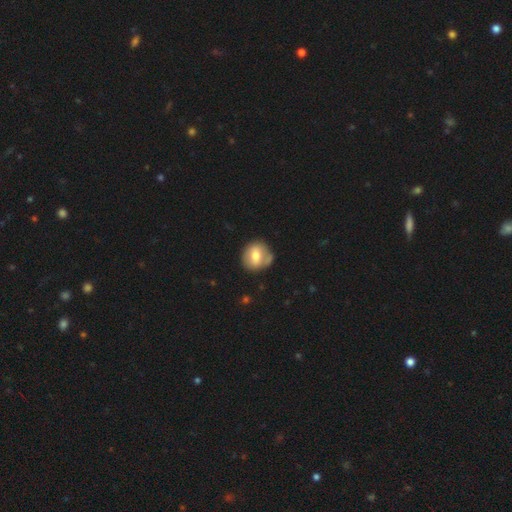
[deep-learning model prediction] Smooth or featured?
  - smooth: 64% *
  - featured or disk: 29%
  - star or artifact: 7%
How rounded?
  - round: 79% *
  - in between: 20%
  - cigar-shaped: 1%
Merging?
  - none: 68% *
  - minor disturbance: 17%
  - merger: 10%
  - major disturbance: 5%